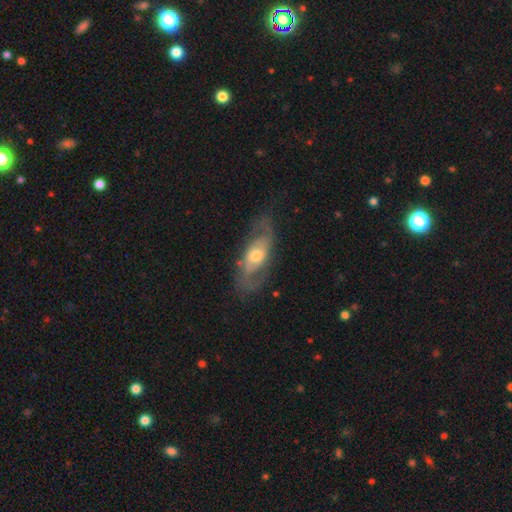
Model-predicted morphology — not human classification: smooth-or-featured: featured or disk: 69% | smooth: 25% | star or artifact: 6%
  disk-edge-on: no: 86% | yes: 14%
    bar: no: 58% | weak: 31% | strong: 11%
    has-spiral-arms: yes: 74% | no: 26%
    bulge-size: moderate: 67% | small: 17% | large: 14% | none: 1% | dominant: 1%
  merging: none: 66% | minor disturbance: 20% | major disturbance: 13% | merger: 2%